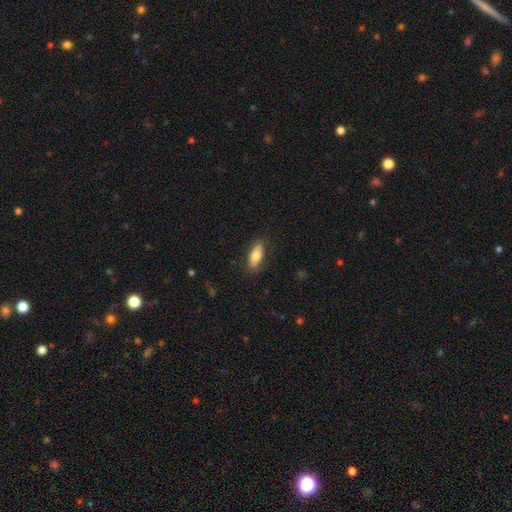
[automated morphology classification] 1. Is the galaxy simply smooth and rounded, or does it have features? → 74% smooth, 20% featured or disk, 6% star or artifact.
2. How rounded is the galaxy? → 74% in between, 24% cigar-shaped, 3% round.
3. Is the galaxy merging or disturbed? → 83% none, 13% minor disturbance, 3% major disturbance, 1% merger.